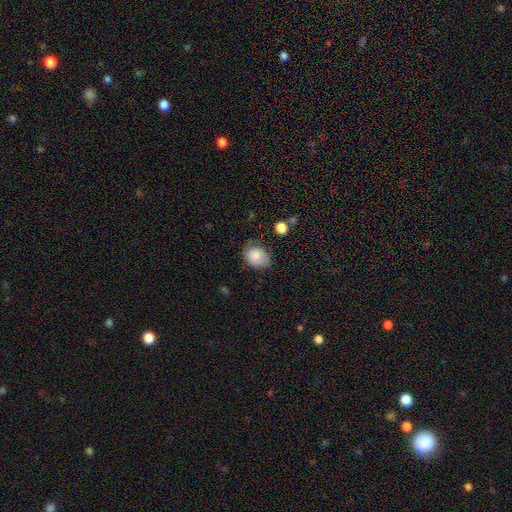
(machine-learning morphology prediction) Overall: smooth (81%). How rounded: in between (59%; round 40%). Merging: none (66%).